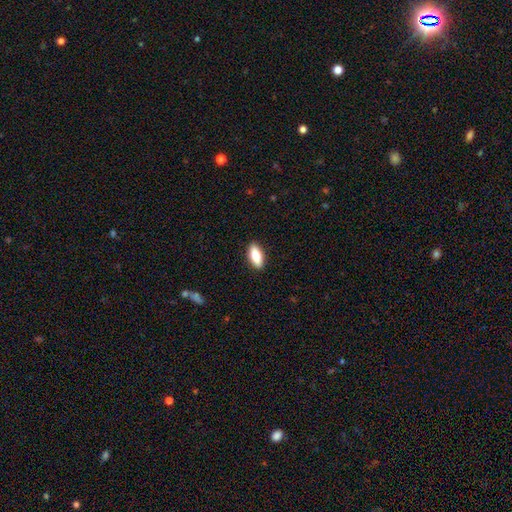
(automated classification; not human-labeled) Overall: smooth (77%). How rounded: in between (79%). Merging: none (90%).